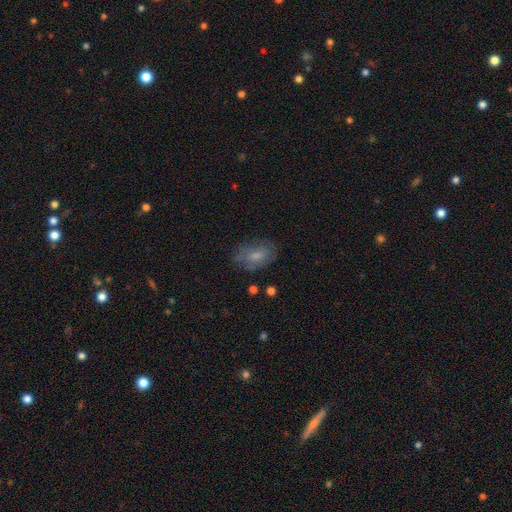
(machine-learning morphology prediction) The model was most divided on "merging": none: 66%, minor disturbance: 23%, major disturbance: 9%, merger: 2%. More confident: how rounded — in between (87%); smooth or featured — smooth (68%).